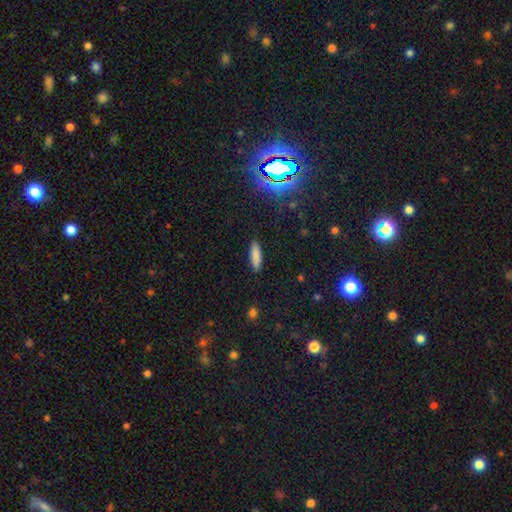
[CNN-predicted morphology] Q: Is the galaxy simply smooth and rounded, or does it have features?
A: smooth — 86%.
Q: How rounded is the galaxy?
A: cigar-shaped — 57%.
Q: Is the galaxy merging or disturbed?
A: none — 89%.